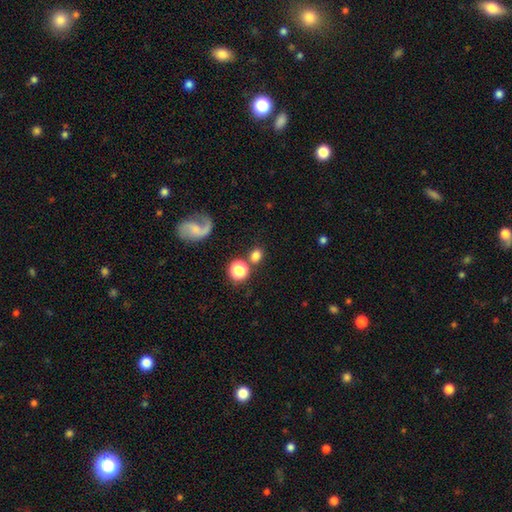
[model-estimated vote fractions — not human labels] A smooth galaxy with no disk features (73%) that is round (69%). Merging: none (69%).